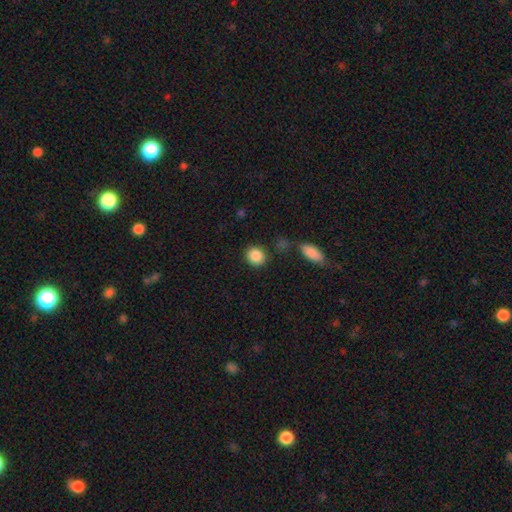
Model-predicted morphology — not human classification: smooth 88%, star or artifact 8%, featured or disk 5%. Down the decision tree: how rounded — round (74%); merging — none (81%).